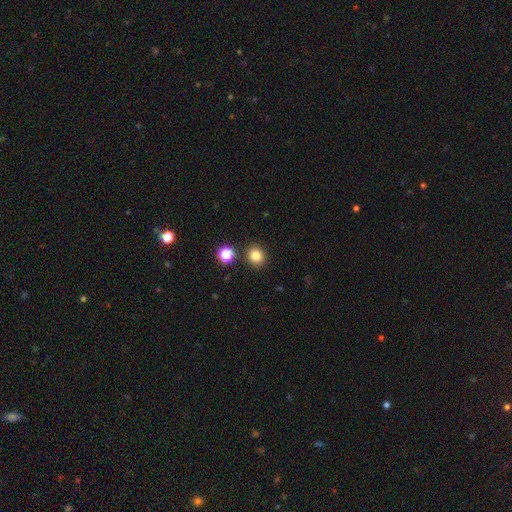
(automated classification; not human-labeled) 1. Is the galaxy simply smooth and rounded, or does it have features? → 81% smooth, 13% star or artifact, 6% featured or disk.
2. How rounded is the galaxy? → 78% round, 21% in between, 1% cigar-shaped.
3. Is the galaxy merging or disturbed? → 86% none, 7% minor disturbance, 5% merger, 2% major disturbance.